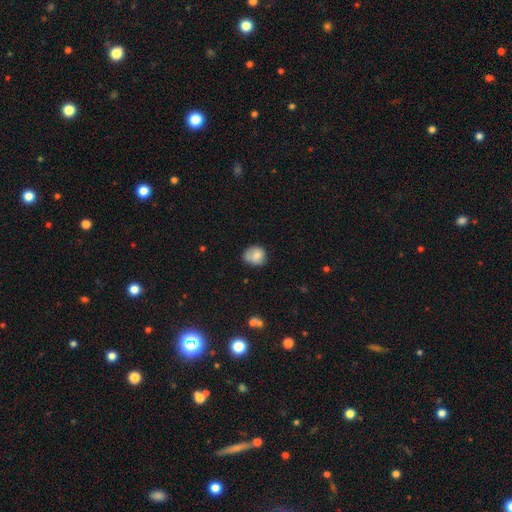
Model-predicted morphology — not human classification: Smooth or featured: smooth — 77% (featured or disk — 14%)
How rounded: round — 70% (in between — 29%)
Merging: none — 59% (minor disturbance — 28%)